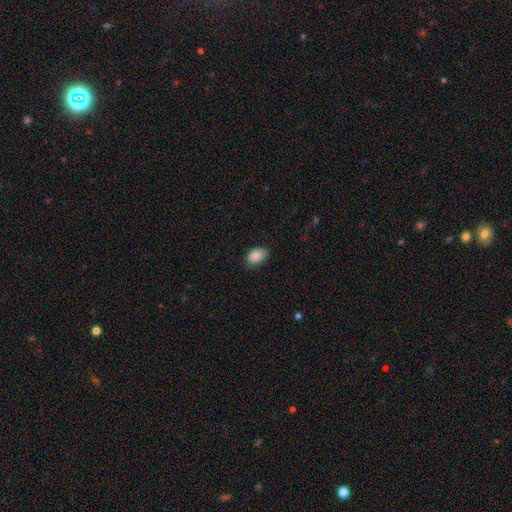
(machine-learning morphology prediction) smooth_or_featured: smooth (p=0.86) [alt: star or artifact p=0.07]
how_rounded: in between (p=0.88) [alt: round p=0.11]
merging: none (p=0.74) [alt: minor disturbance p=0.21]